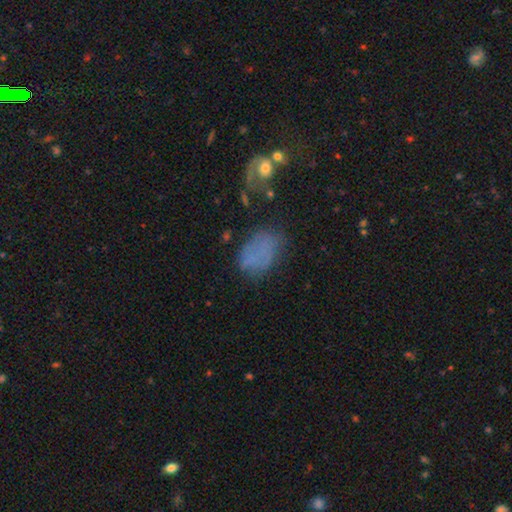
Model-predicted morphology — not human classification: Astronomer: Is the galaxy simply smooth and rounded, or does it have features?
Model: smooth — 59%.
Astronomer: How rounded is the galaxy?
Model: in between — 83%.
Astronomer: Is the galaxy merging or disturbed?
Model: none — 50%.